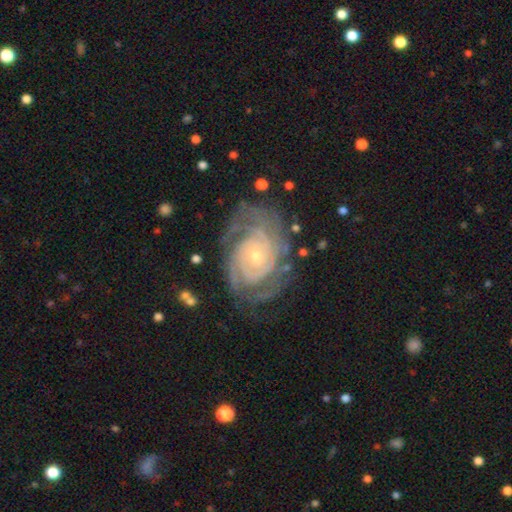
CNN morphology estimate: This is clearly a featured or disk galaxy (90%). It is clearly not viewed edge-on (97%). Bar: likely no (74%). Spiral arm pattern: clearly yes (97%). Spiral arm count: marginally 2 (28%). Spiral winding: likely tight (77%). Central bulge: likely small (69%). Merging: likely none (69%).